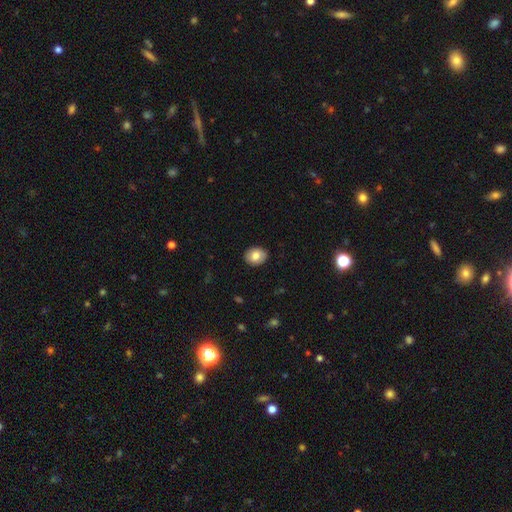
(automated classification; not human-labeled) This is clearly a smooth galaxy (80%). How rounded: possibly in between (53%). Merging: clearly none (90%).